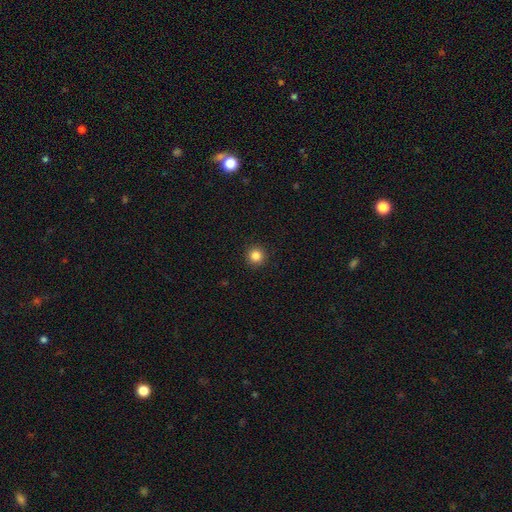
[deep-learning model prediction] Smooth or featured? Predicted: smooth (p=0.85). How rounded? Predicted: round (p=0.95). Merging? Predicted: none (p=0.93).